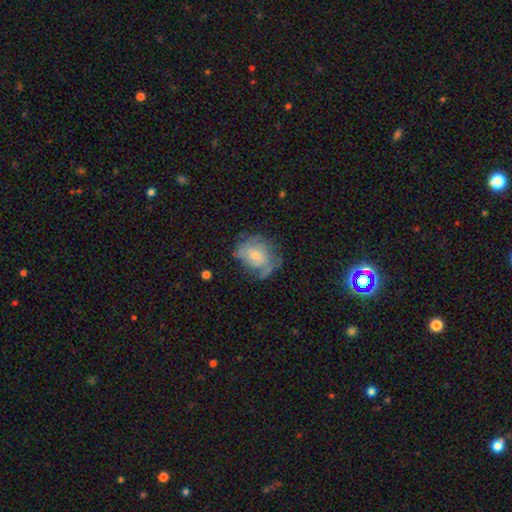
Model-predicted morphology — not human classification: This appears to be a featured or disk galaxy (55%) with no bar (75%), spiral arms (72%) and a small central bulge (65%). Merging: none (45%).